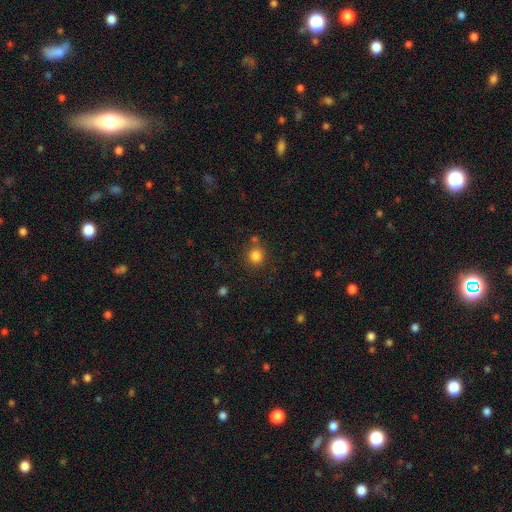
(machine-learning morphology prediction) A smooth galaxy with no disk features (83%) that is round (88%). Merging: none (79%).